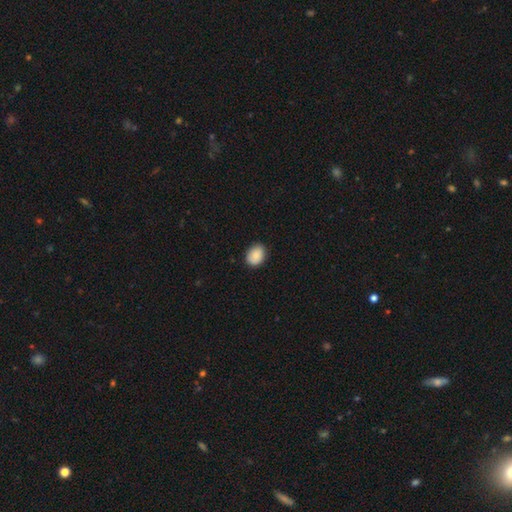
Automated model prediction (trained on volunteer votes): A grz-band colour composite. It shows a smooth galaxy with no disk features (87%) that is in between round and cigar-shaped (62%). Merging: none (86%).